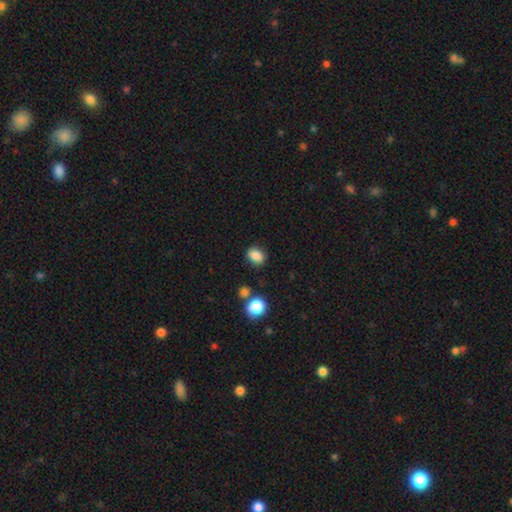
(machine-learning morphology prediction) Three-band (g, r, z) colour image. It shows a smooth galaxy with no disk features (85%) that is in between round and cigar-shaped (59%). Merging: none (81%).